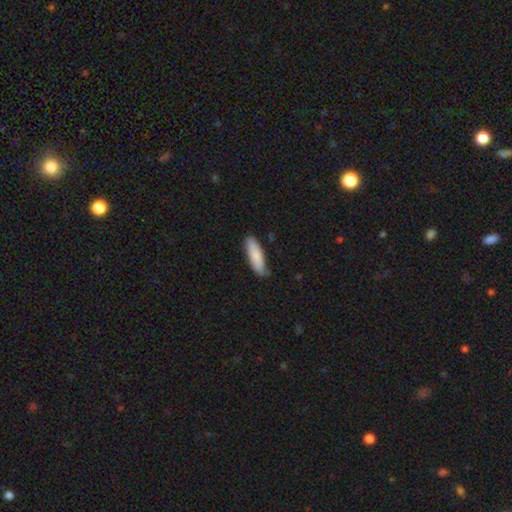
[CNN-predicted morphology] Smooth or featured? Predicted: smooth (p=0.83). How rounded? Predicted: in between (p=0.52). Merging? Predicted: none (p=0.74).